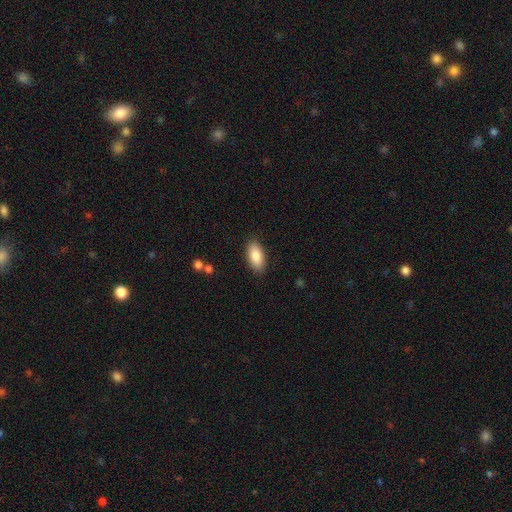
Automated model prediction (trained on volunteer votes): smooth 88%, star or artifact 6%, featured or disk 6%. Down the decision tree: how rounded — in between (92%); merging — none (88%).